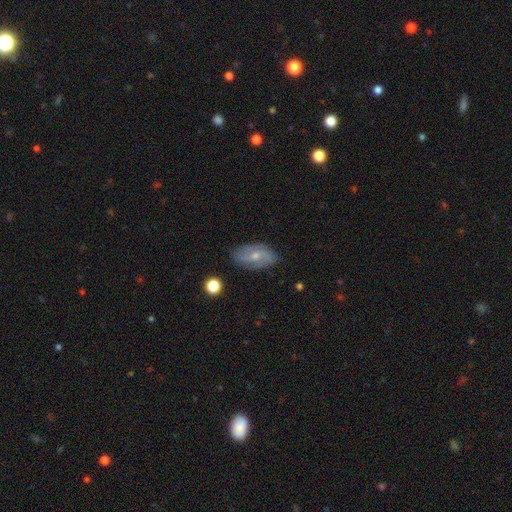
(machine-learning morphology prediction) Q: Smooth or featured?
A: featured or disk (61%); runner-up: smooth (31%)
Q: Edge-on disk?
A: no (94%); runner-up: yes (6%)
Q: Bar?
A: no (52%); runner-up: weak (40%)
Q: Spiral arms?
A: yes (83%); runner-up: no (17%)
Q: Bulge size?
A: small (49%); runner-up: moderate (47%)
Q: Merging?
A: none (77%); runner-up: minor disturbance (17%)